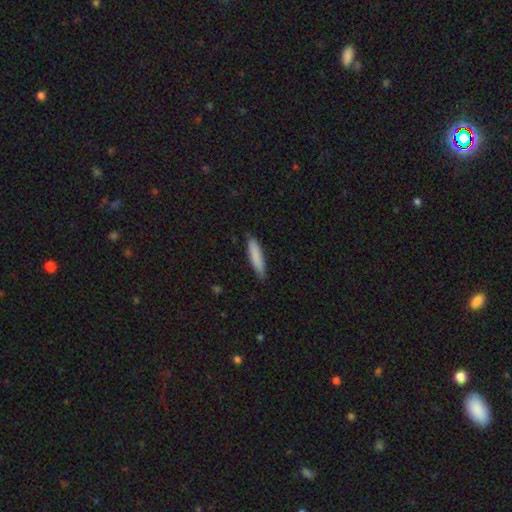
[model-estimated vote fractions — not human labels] Q: Smooth or featured?
A: smooth (84%); runner-up: featured or disk (10%)
Q: How rounded?
A: cigar-shaped (79%); runner-up: in between (19%)
Q: Merging?
A: none (82%); runner-up: minor disturbance (15%)